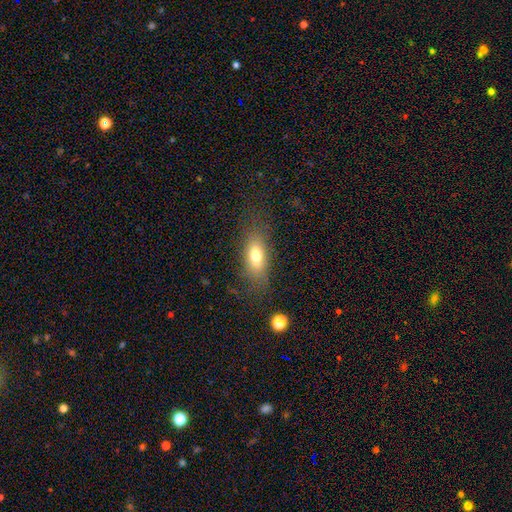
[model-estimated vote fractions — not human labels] Smooth or featured?
  - smooth: 72% *
  - featured or disk: 18%
  - star or artifact: 11%
How rounded?
  - in between: 78% *
  - cigar-shaped: 14%
  - round: 8%
Merging?
  - none: 75% *
  - minor disturbance: 15%
  - major disturbance: 8%
  - merger: 2%